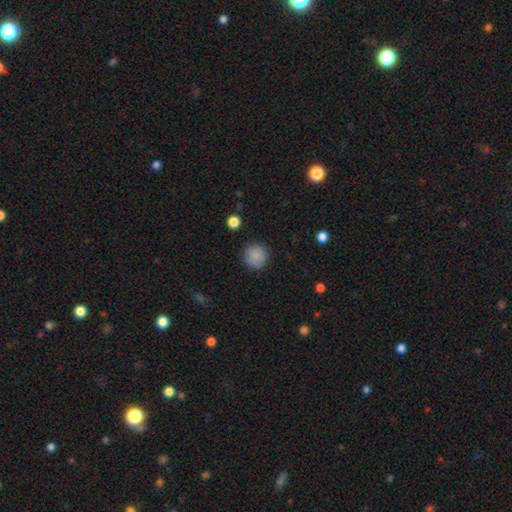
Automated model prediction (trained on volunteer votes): Morphology: type=smooth (87%); roundness=round (94%); merging=none (88%).